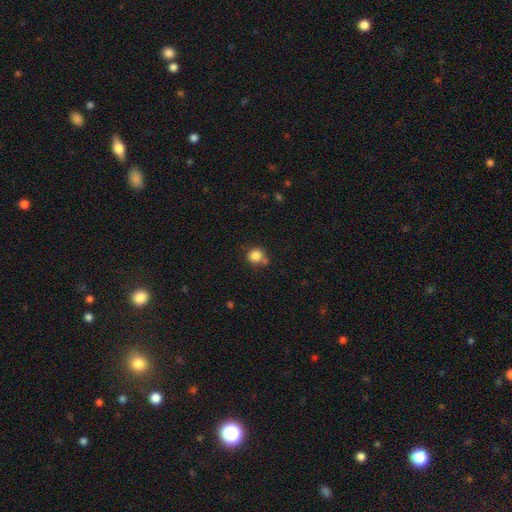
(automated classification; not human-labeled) Smooth or featured? Predicted: smooth (p=0.84). How rounded? Predicted: round (p=0.90). Merging? Predicted: none (p=0.64).